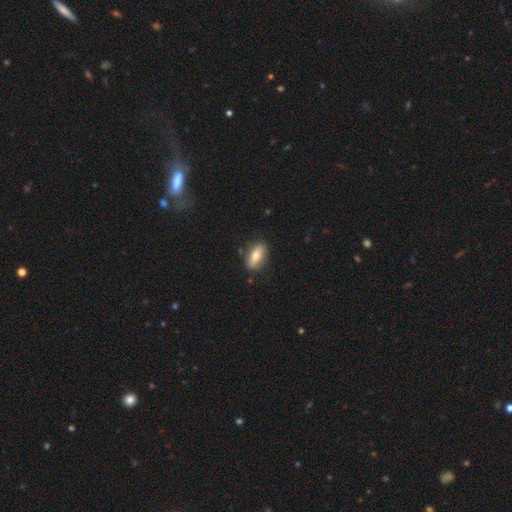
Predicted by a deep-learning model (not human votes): Smooth or featured? Predicted: smooth (p=0.71). How rounded? Predicted: in between (p=0.78). Merging? Predicted: none (p=0.83).